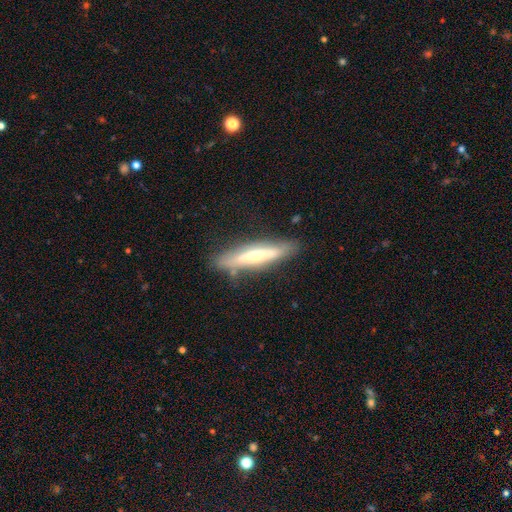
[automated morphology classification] type=featured or disk (57%); edge-on=yes (81%); merging=none (80%).